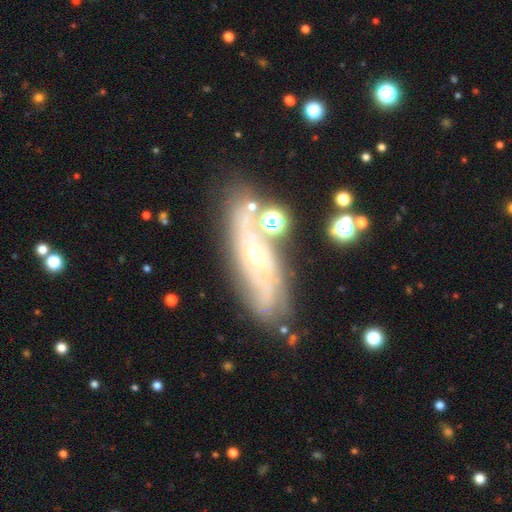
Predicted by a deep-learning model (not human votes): Morphology: type=featured or disk (73%); edge-on=no (75%); bar=no (67%); spiral arms=yes (84%); bulge=small (57%); merging=none (71%).